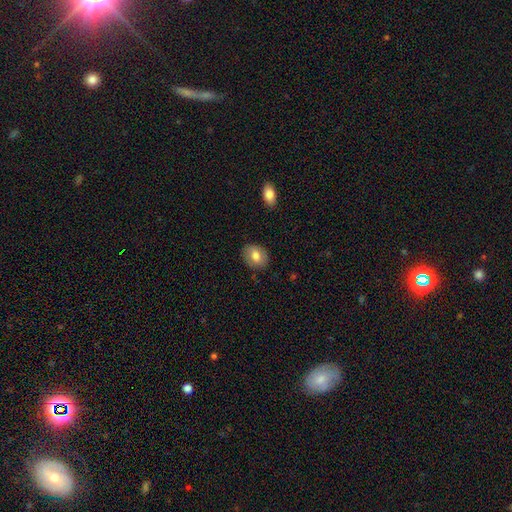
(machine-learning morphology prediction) Overall: smooth (75%). How rounded: in between (58%; round 41%). Merging: none (84%).